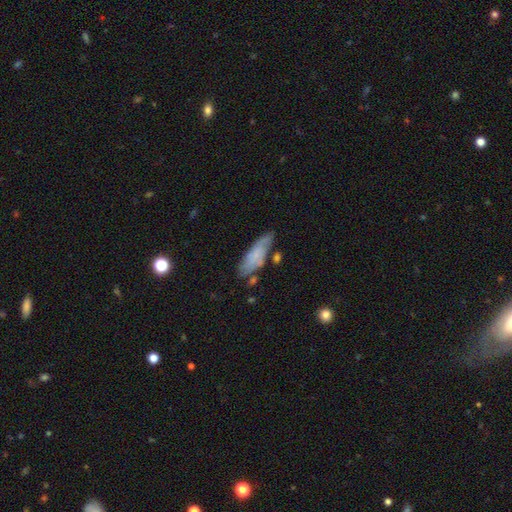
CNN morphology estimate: This appears to be a smooth galaxy with no disk features (62%) that is in between round and cigar-shaped (59%). Merging: none (59%).